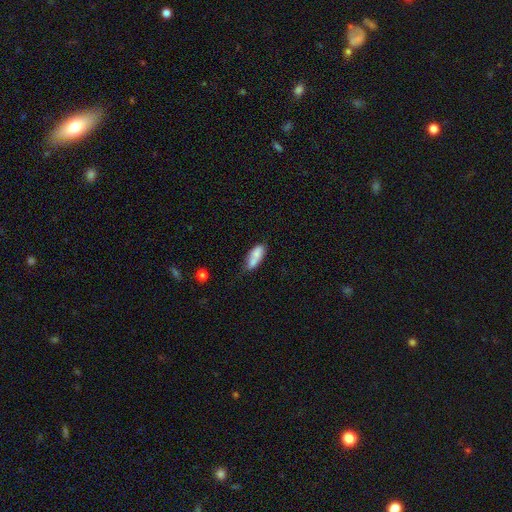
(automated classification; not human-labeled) Morphology: type=smooth (73%); roundness=in between (76%); merging=none (46%).